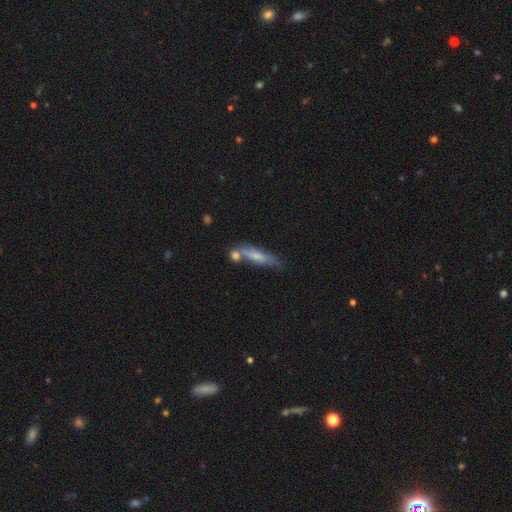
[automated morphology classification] smooth 55%, featured or disk 37%, star or artifact 7%. Down the decision tree: how rounded — cigar-shaped (76%); merging — none (54%).